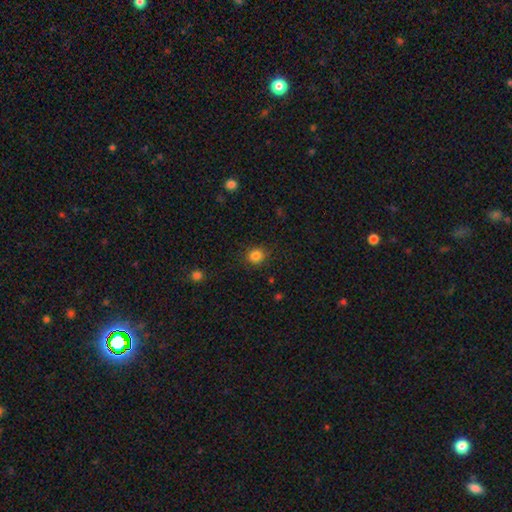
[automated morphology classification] Q: Smooth or featured?
A: smooth (84%); runner-up: star or artifact (12%)
Q: How rounded?
A: round (87%); runner-up: in between (12%)
Q: Merging?
A: none (87%); runner-up: minor disturbance (9%)